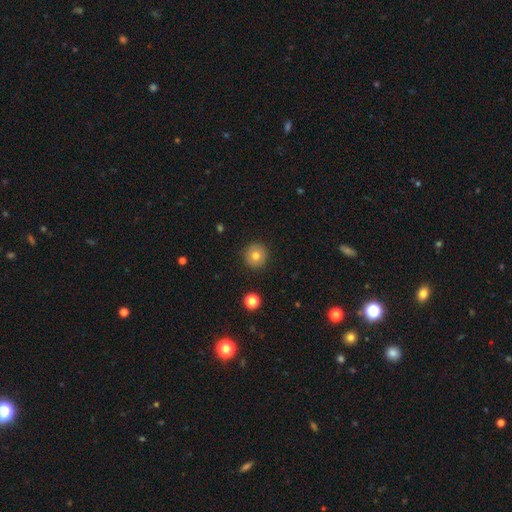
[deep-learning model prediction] Smooth or featured: smooth — 74% (featured or disk — 16%)
How rounded: round — 95% (in between — 5%)
Merging: none — 91% (minor disturbance — 6%)